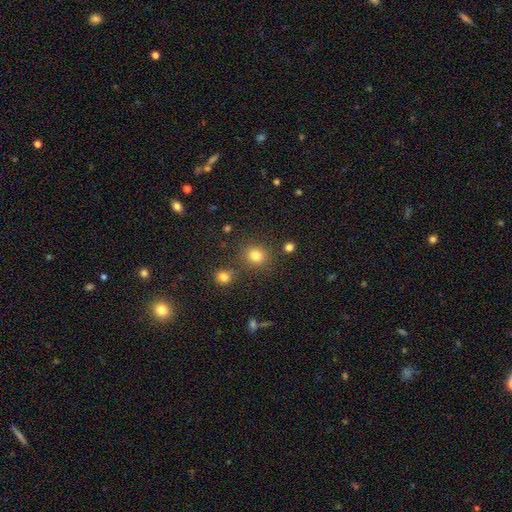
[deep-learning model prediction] Q: Smooth or featured?
A: smooth (80%); runner-up: star or artifact (14%)
Q: How rounded?
A: round (82%); runner-up: in between (17%)
Q: Merging?
A: none (80%); runner-up: minor disturbance (9%)